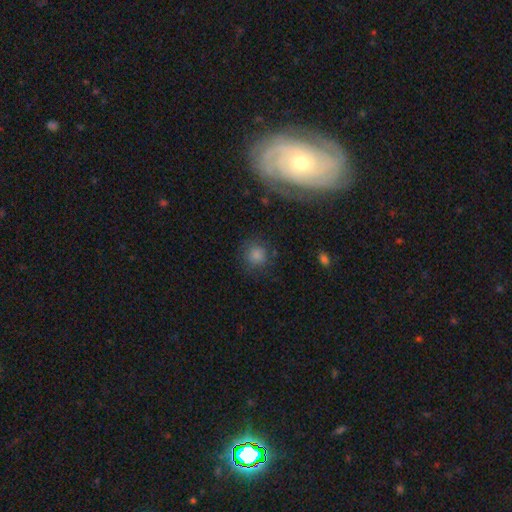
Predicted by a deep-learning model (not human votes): Smooth or featured?
  - smooth: 60% *
  - featured or disk: 24%
  - star or artifact: 16%
How rounded?
  - round: 85% *
  - in between: 13%
  - cigar-shaped: 2%
Merging?
  - none: 80% *
  - minor disturbance: 12%
  - major disturbance: 5%
  - merger: 3%